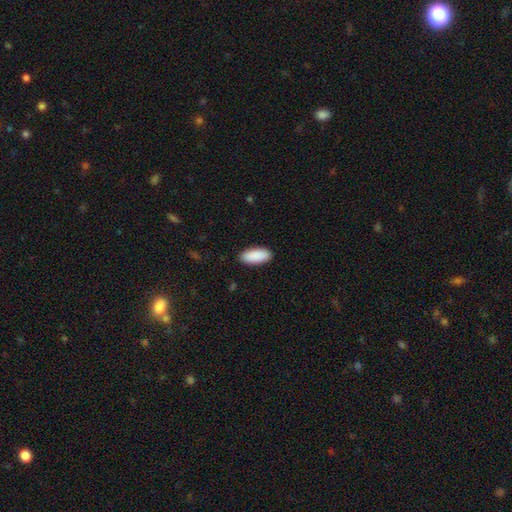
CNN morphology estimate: Q: Smooth or featured?
A: smooth (92%); runner-up: star or artifact (5%)
Q: How rounded?
A: in between (86%); runner-up: cigar-shaped (13%)
Q: Merging?
A: none (90%); runner-up: minor disturbance (7%)